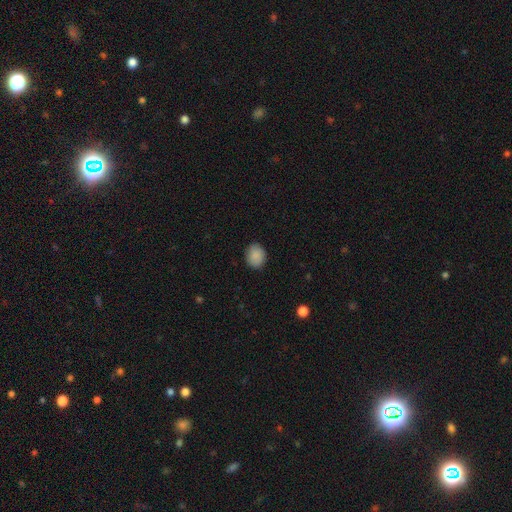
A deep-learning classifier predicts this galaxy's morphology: The model was most divided on "how rounded": round: 54%, in between: 45%, cigar-shaped: 1%. More confident: smooth or featured — smooth (89%); merging — none (87%).